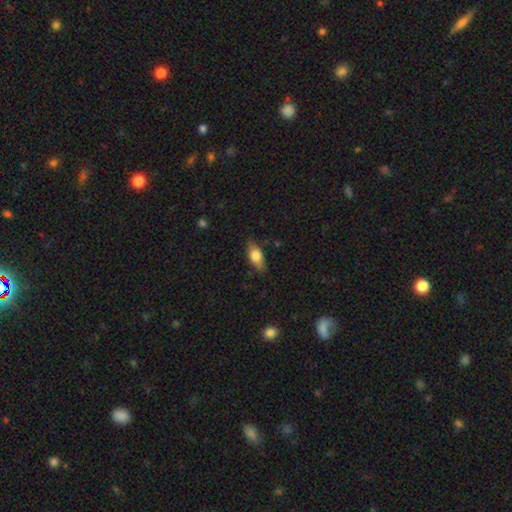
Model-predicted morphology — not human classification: Smooth or featured: smooth — 71% (featured or disk — 22%)
How rounded: in between — 82% (cigar-shaped — 13%)
Merging: none — 78% (minor disturbance — 17%)